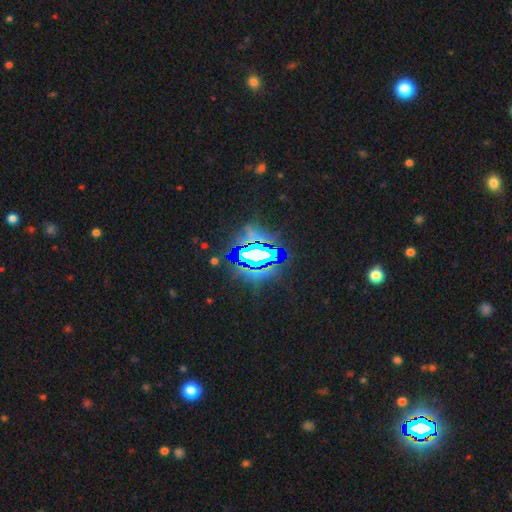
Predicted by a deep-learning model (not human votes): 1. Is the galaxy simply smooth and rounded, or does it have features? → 74% star or artifact, 14% featured or disk, 12% smooth.